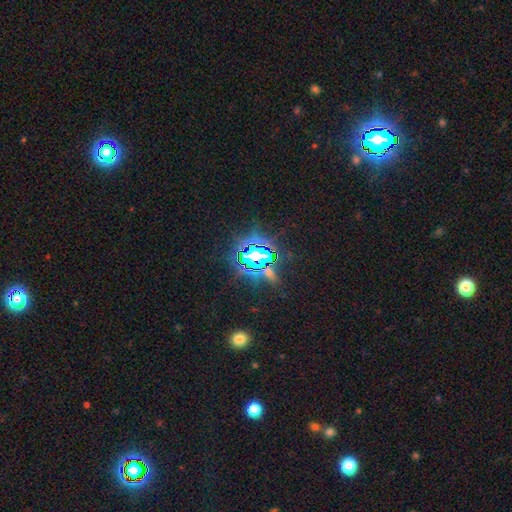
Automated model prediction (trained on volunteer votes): smooth-or-featured: star or artifact: 79% | smooth: 11% | featured or disk: 10%